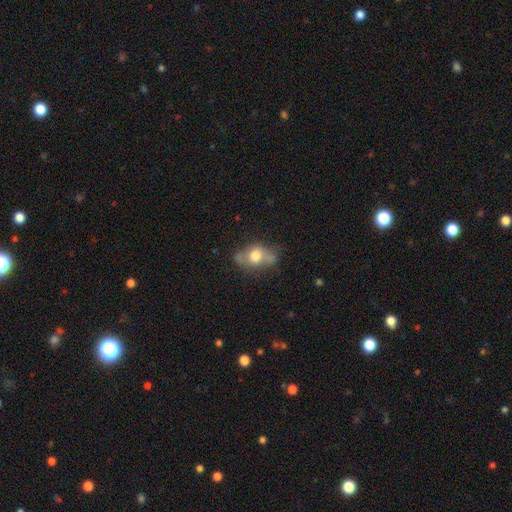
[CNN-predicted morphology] A smooth galaxy with no disk features (56%) that is in between round and cigar-shaped (73%). Merging: none (55%).